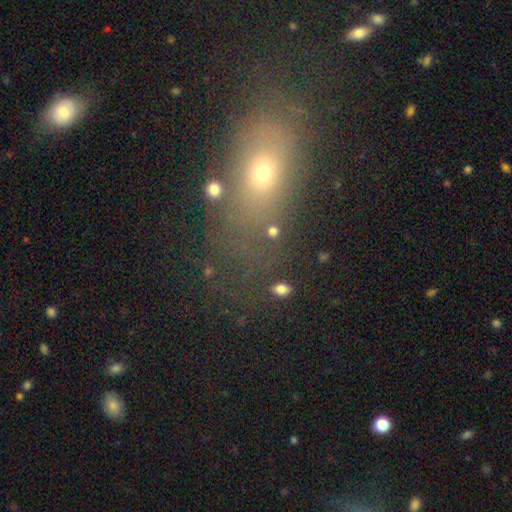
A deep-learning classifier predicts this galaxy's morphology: Smooth or featured?
  - smooth: 55% *
  - star or artifact: 26%
  - featured or disk: 19%
How rounded?
  - in between: 67% *
  - round: 22%
  - cigar-shaped: 11%
Merging?
  - none: 70% *
  - minor disturbance: 15%
  - major disturbance: 10%
  - merger: 5%